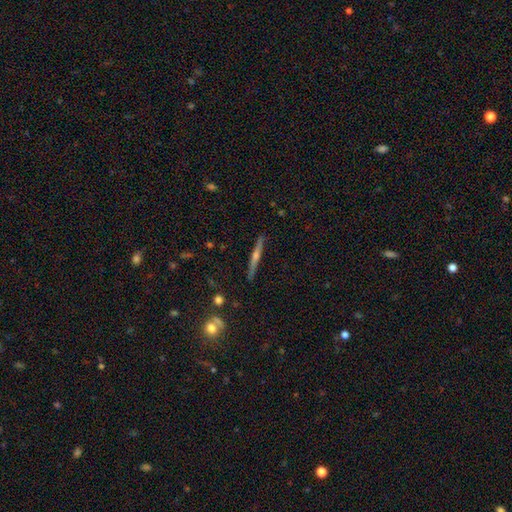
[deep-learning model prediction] smooth-or-featured: featured or disk: 72% | smooth: 19% | star or artifact: 9%
  disk-edge-on: yes: 97% | no: 3%
    edge-on-bulge: rounded: 85% | none: 10% | boxy: 5%
  merging: none: 89% | minor disturbance: 7% | major disturbance: 2% | merger: 2%